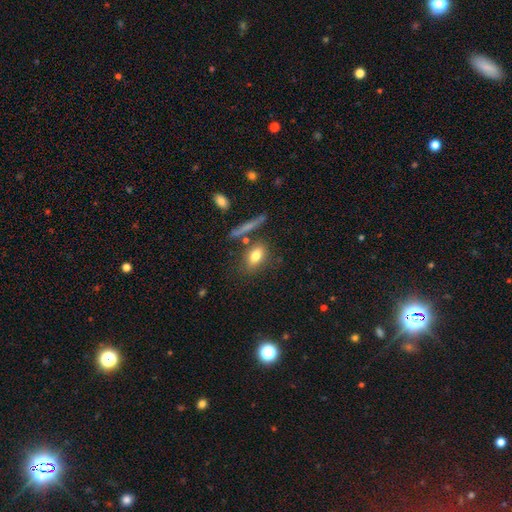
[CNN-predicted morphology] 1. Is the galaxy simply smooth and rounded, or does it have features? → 77% smooth, 14% featured or disk, 9% star or artifact.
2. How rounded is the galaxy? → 75% in between, 15% round, 10% cigar-shaped.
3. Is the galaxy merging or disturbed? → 72% none, 14% minor disturbance, 10% merger, 5% major disturbance.